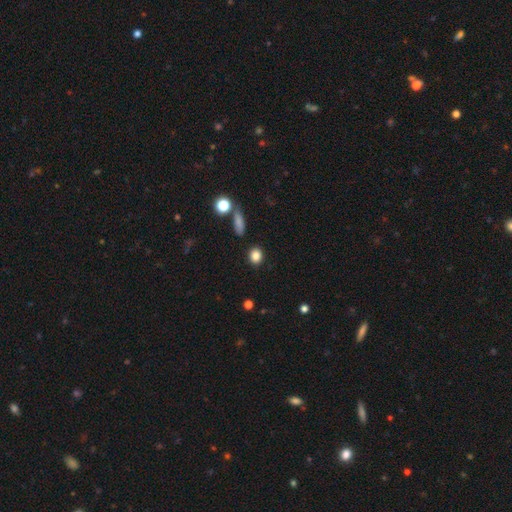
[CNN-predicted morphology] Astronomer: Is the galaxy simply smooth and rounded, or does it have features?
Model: smooth — 85%.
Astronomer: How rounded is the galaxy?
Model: round — 61%.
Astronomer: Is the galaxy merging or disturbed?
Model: none — 87%.